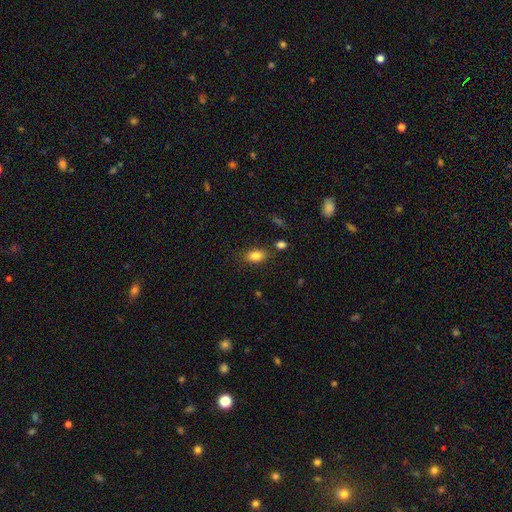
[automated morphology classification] Smooth or featured?
  - smooth: 83% *
  - star or artifact: 9%
  - featured or disk: 8%
How rounded?
  - in between: 86% *
  - round: 11%
  - cigar-shaped: 3%
Merging?
  - none: 80% *
  - minor disturbance: 12%
  - merger: 5%
  - major disturbance: 3%